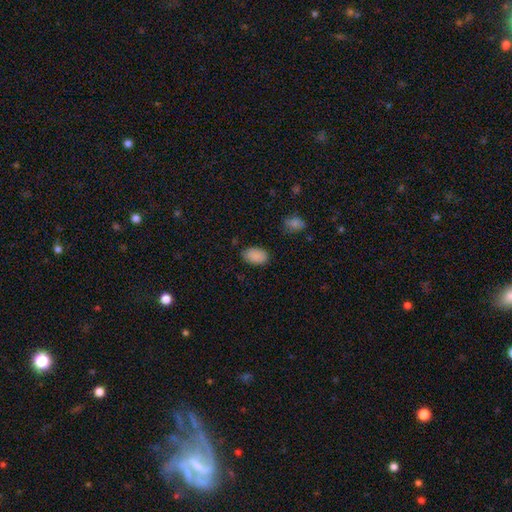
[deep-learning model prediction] This is clearly a smooth galaxy (89%). How rounded: clearly in between (92%). Merging: clearly none (82%).